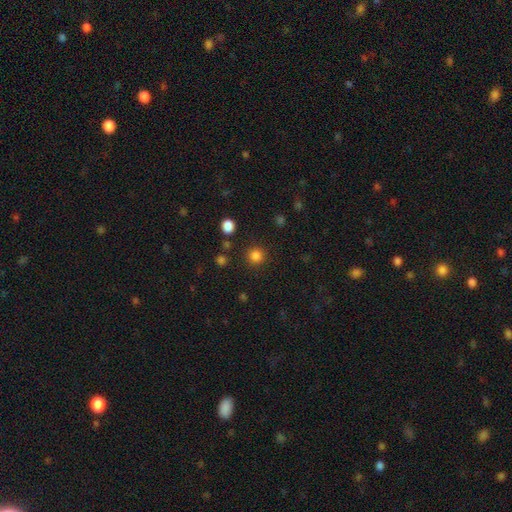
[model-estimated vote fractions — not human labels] Overall: smooth (83%). How rounded: round (94%). Merging: none (90%).